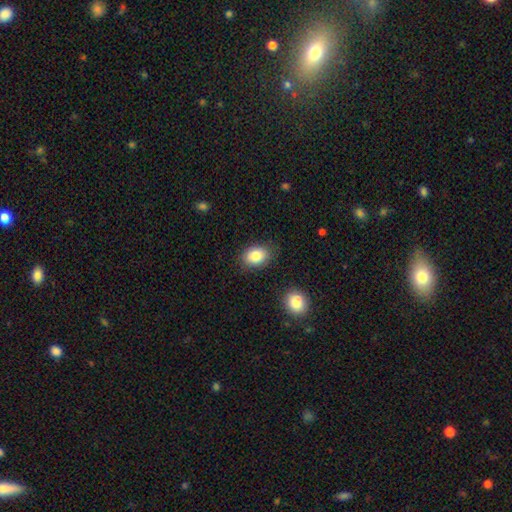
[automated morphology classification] smooth_or_featured: smooth (p=0.84) [alt: star or artifact p=0.08]
how_rounded: in between (p=0.73) [alt: round p=0.26]
merging: none (p=0.83) [alt: minor disturbance p=0.11]